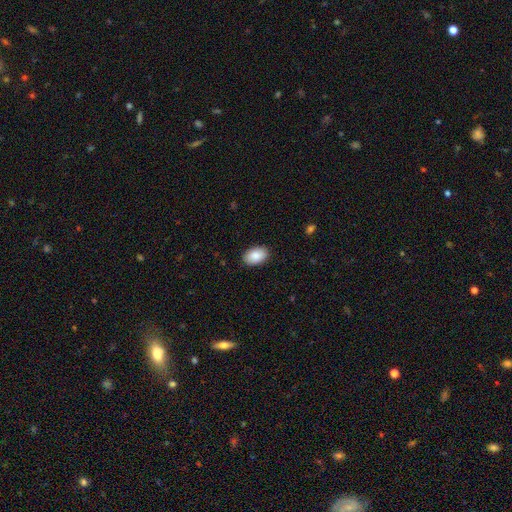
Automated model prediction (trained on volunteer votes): smooth_or_featured: smooth (p=0.88) [alt: star or artifact p=0.06]
how_rounded: in between (p=0.91) [alt: round p=0.08]
merging: none (p=0.89) [alt: minor disturbance p=0.08]